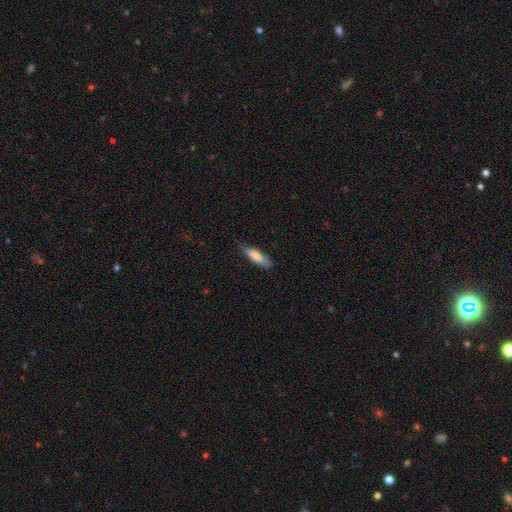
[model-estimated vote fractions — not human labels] A smooth galaxy with no disk features (73%) that is cigar-shaped (56%).

Vote fractions:
- Smooth or featured? smooth: 73% / featured or disk: 21% / star or artifact: 6%
- How rounded? cigar-shaped: 56% / in between: 42% / round: 2%
- Merging? none: 71% / minor disturbance: 24% / major disturbance: 4% / merger: 1%